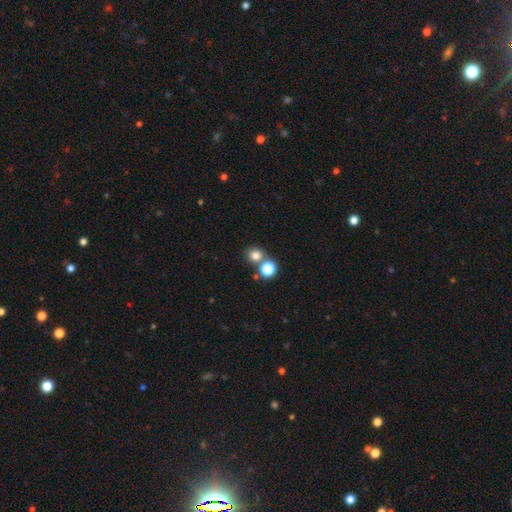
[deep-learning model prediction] Smooth or featured?
  - smooth: 76% *
  - star or artifact: 17%
  - featured or disk: 7%
How rounded?
  - round: 85% *
  - in between: 14%
  - cigar-shaped: 1%
Merging?
  - none: 64% *
  - merger: 26%
  - minor disturbance: 7%
  - major disturbance: 3%